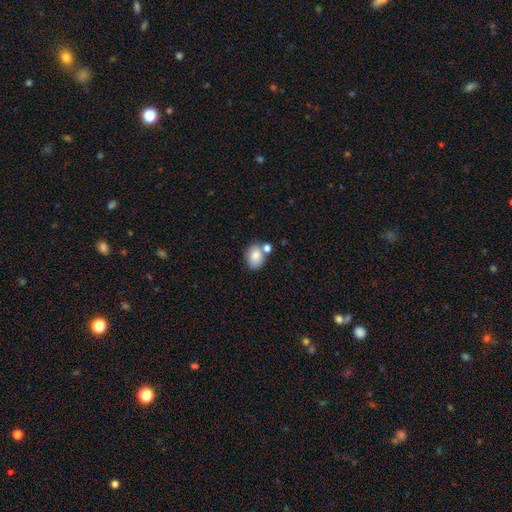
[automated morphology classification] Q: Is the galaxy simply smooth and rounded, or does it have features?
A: smooth — 80%.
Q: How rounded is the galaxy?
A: in between — 64%.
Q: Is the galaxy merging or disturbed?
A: none — 54%.